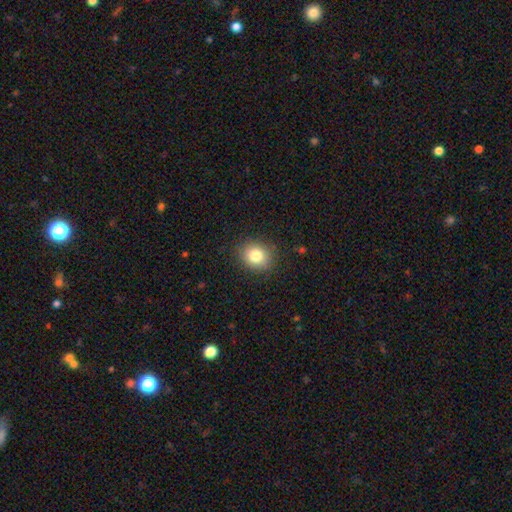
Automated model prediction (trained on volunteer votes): smooth_or_featured: smooth (p=0.81) [alt: star or artifact p=0.11]
how_rounded: round (p=0.68) [alt: in between p=0.31]
merging: none (p=0.87) [alt: minor disturbance p=0.09]